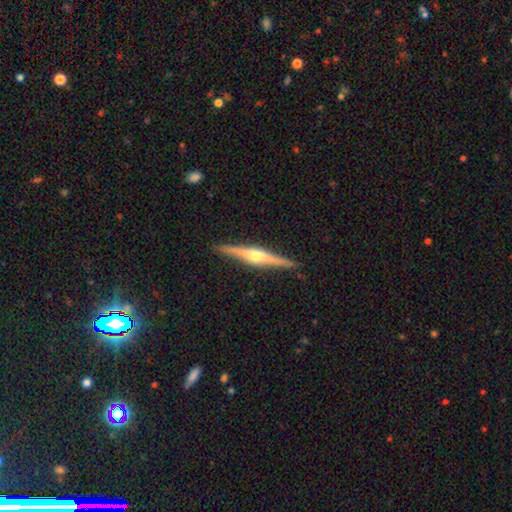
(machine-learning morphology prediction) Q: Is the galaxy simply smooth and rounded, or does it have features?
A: featured or disk — 79%.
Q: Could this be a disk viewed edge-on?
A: yes — 98%.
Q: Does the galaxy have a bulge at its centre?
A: rounded — 90%.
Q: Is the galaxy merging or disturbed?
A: none — 91%.